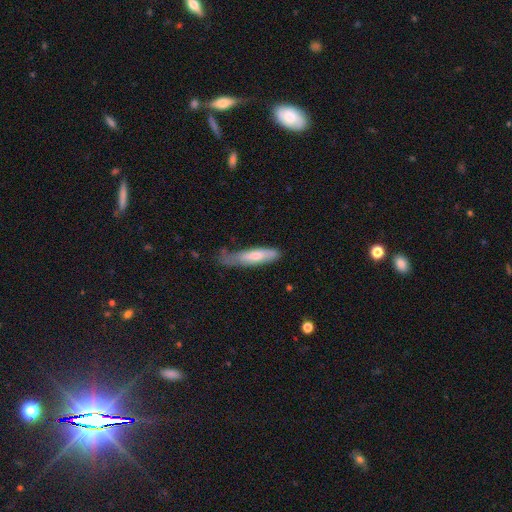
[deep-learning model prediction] The model was most divided on "merging": none: 48%, minor disturbance: 35%, major disturbance: 13%, merger: 4%. More confident: how rounded — cigar-shaped (75%); smooth or featured — smooth (62%).